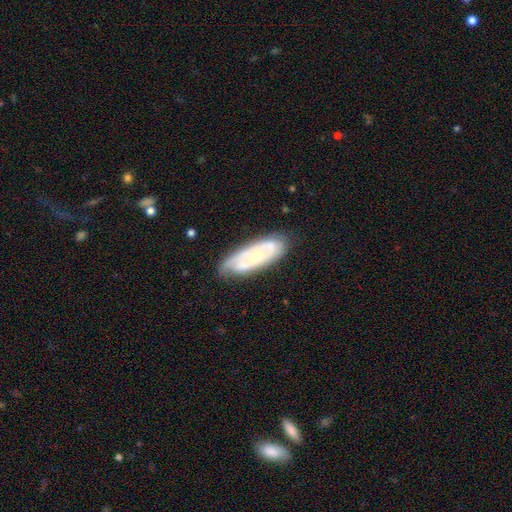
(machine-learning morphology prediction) featured or disk 73%, smooth 21%, star or artifact 5%. Down the decision tree: edge-on disk — no (85%); bar — no (72%); spiral arms — yes (74%); bulge size — moderate (65%); merging — none (73%).